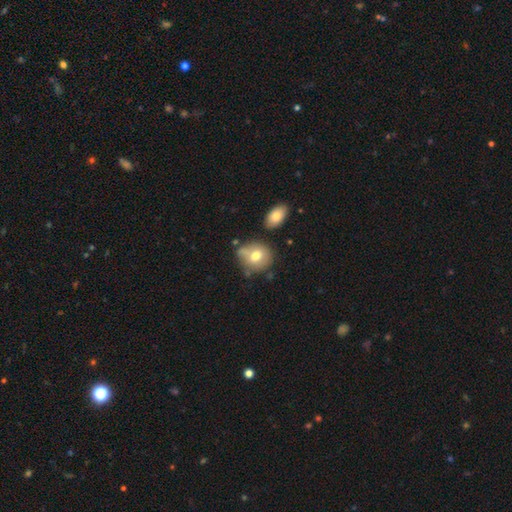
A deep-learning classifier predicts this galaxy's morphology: Smooth or featured: smooth — 70% (featured or disk — 21%)
How rounded: round — 73% (in between — 26%)
Merging: none — 58% (minor disturbance — 23%)